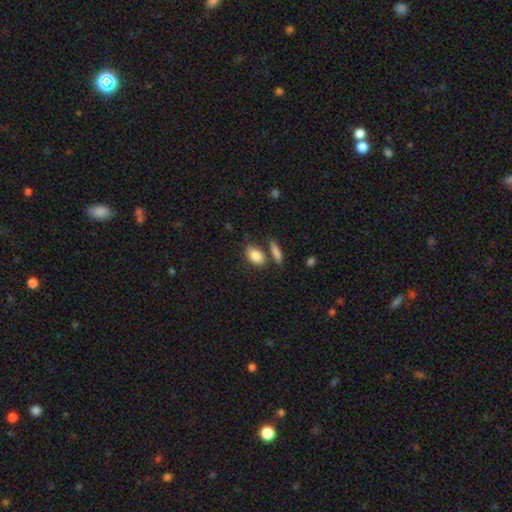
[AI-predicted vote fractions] Smooth or featured?
  - smooth: 86% *
  - star or artifact: 7%
  - featured or disk: 7%
How rounded?
  - in between: 86% *
  - round: 10%
  - cigar-shaped: 4%
Merging?
  - none: 67% *
  - merger: 17%
  - minor disturbance: 13%
  - major disturbance: 4%